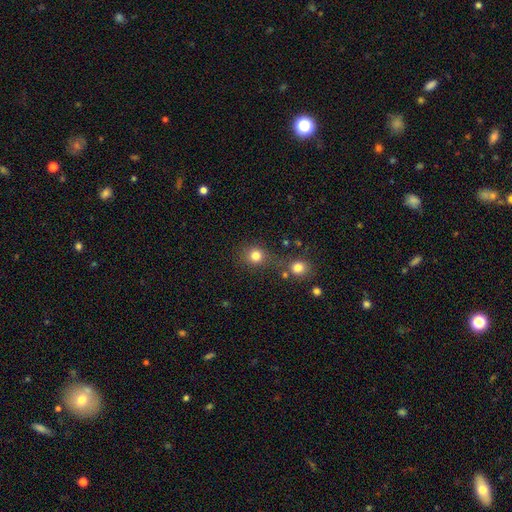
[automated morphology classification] Smooth or featured? Predicted: smooth (p=0.80). How rounded? Predicted: round (p=0.86). Merging? Predicted: none (p=0.66).